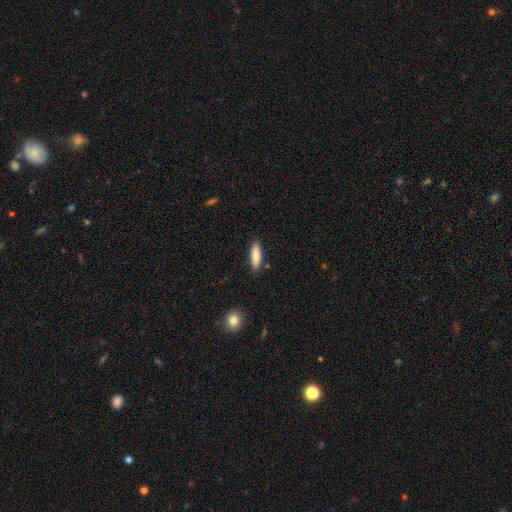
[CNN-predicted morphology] Smooth or featured?
  - smooth: 84% *
  - featured or disk: 10%
  - star or artifact: 6%
How rounded?
  - cigar-shaped: 65% *
  - in between: 33%
  - round: 2%
Merging?
  - none: 85% *
  - minor disturbance: 11%
  - major disturbance: 2%
  - merger: 2%